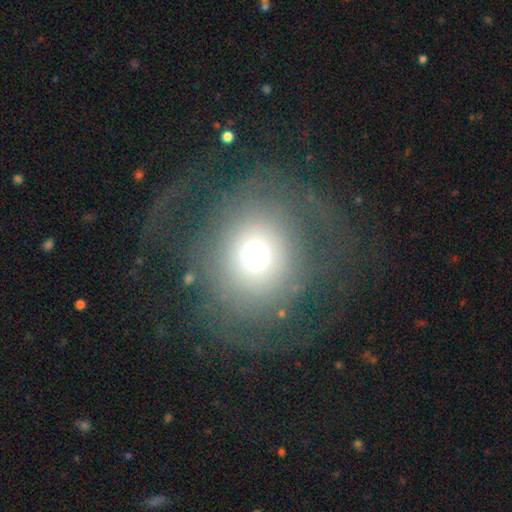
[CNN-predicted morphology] Overall: smooth (67%). How rounded: round (83%). Merging: none (74%).